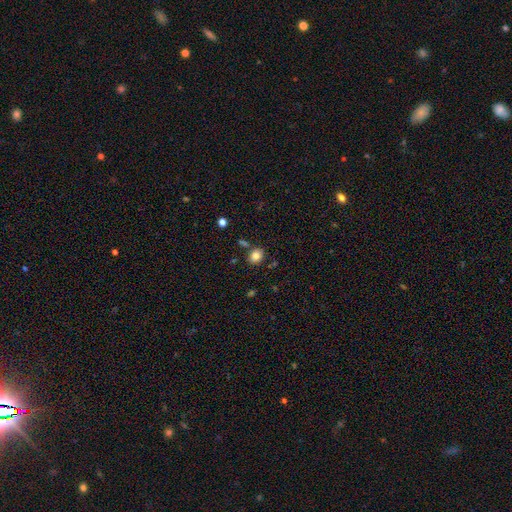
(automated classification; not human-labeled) smooth-or-featured: smooth: 83% | star or artifact: 11% | featured or disk: 6%
  how-rounded: round: 57% | in between: 43% | cigar-shaped: 1%
  merging: none: 79% | minor disturbance: 10% | merger: 7% | major disturbance: 3%